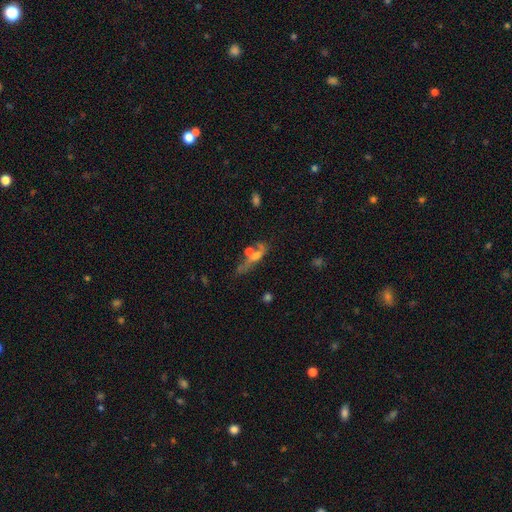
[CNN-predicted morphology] Q: Smooth or featured?
A: featured or disk (46%); runner-up: smooth (38%)
Q: Merging?
A: none (41%); runner-up: merger (28%)